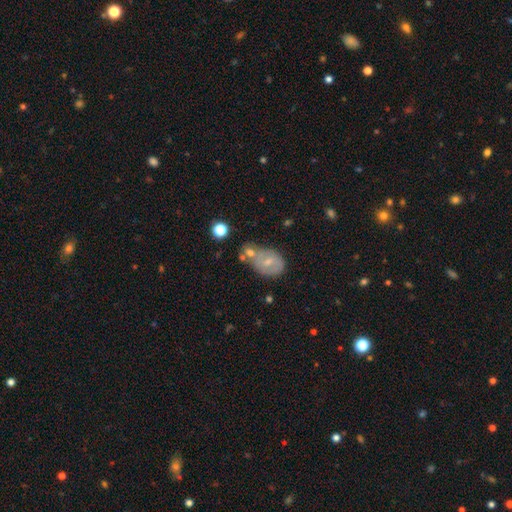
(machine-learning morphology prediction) type=featured or disk (48%); merging=none (46%).